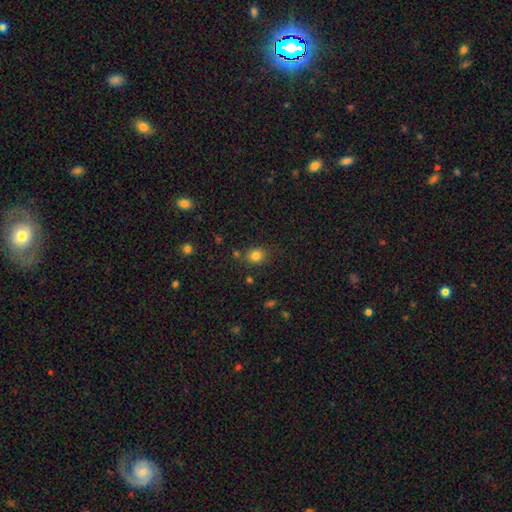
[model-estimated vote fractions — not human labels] Smooth or featured? smooth (82%)
How rounded? round (70%)
Merging? none (79%)